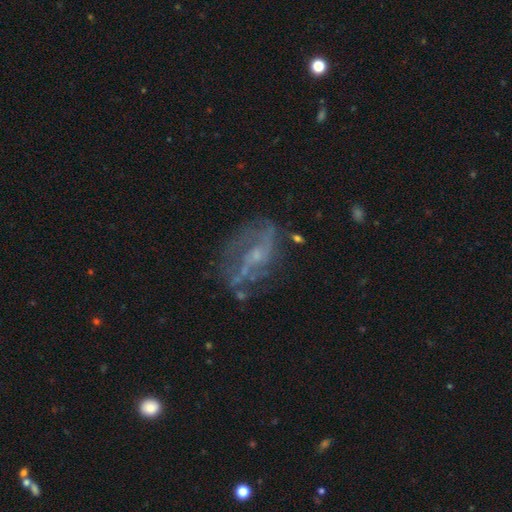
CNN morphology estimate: Smooth or featured: featured or disk — 70% (star or artifact — 16%)
Edge-on disk: no — 92% (yes — 8%)
Bar: weak — 43% (no — 35%)
Spiral arms: yes — 76% (no — 24%)
Bulge size: small — 64% (moderate — 25%)
Merging: none — 64% (minor disturbance — 18%)